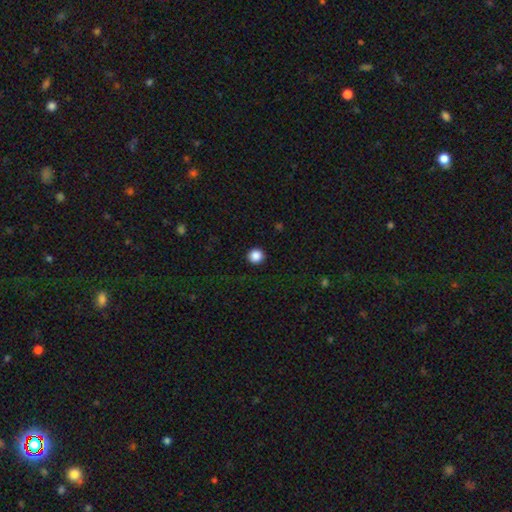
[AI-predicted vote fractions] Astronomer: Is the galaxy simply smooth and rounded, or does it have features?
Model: smooth — 87%.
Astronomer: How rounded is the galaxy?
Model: round — 94%.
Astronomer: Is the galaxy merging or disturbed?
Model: none — 93%.